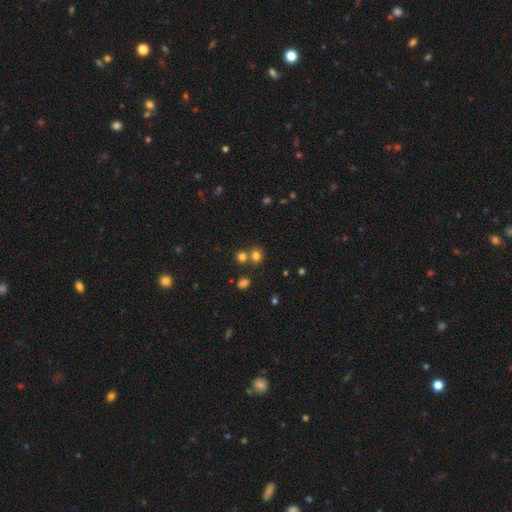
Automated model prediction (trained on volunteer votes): This appears to be a smooth galaxy with no disk features (75%) that is round (77%). Merging: none (61%).